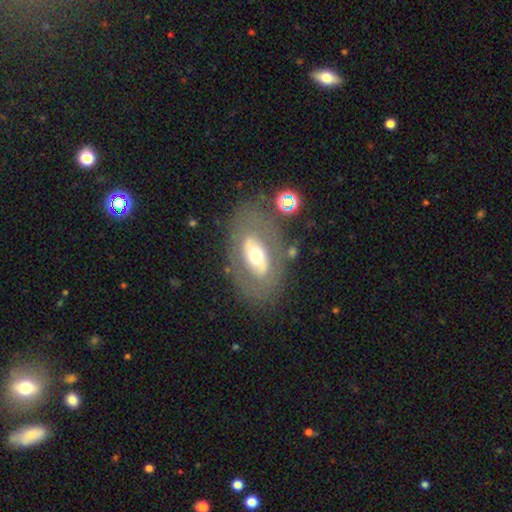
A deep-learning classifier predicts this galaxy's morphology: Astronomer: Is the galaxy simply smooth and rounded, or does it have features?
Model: featured or disk — 57% (runner-up: smooth, 35%).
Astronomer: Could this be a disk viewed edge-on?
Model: no — 89%.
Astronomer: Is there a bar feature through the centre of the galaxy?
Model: no — 60%.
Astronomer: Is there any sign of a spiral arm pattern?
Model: no — 82%.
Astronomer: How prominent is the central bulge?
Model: moderate — 66%.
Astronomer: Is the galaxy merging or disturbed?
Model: none — 72%.